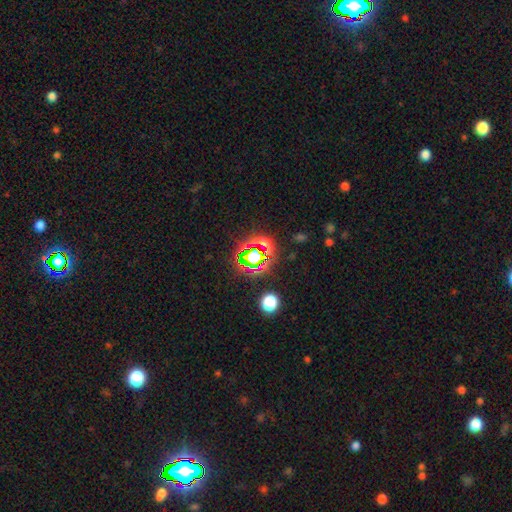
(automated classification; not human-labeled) Smooth or featured? Predicted: star or artifact (p=0.68).